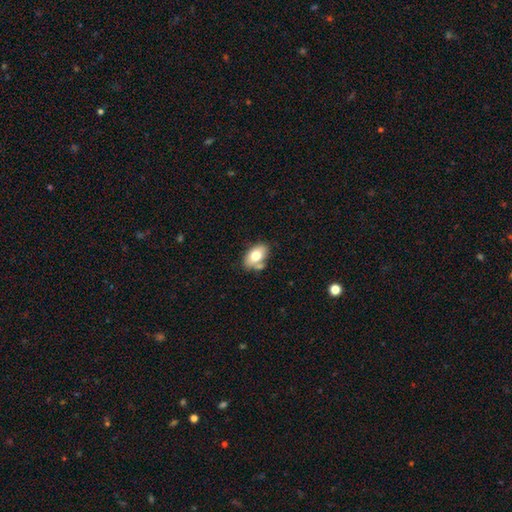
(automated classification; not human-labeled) Morphology: type=smooth (74%); roundness=in between (89%); merging=none (60%).